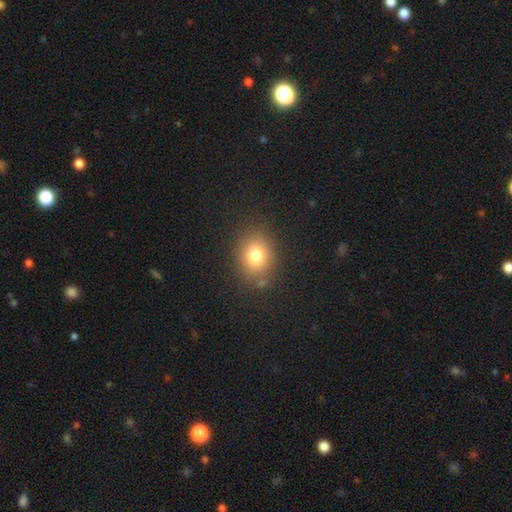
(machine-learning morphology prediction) type=smooth (77%); roundness=round (58%); merging=none (82%).